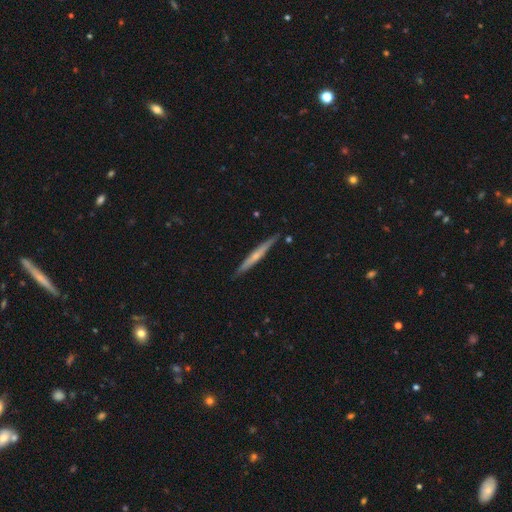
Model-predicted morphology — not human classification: A featured or disk galaxy (56%) viewed edge-on (96%) with a rounded central bulge (48%). Merging: none (87%).